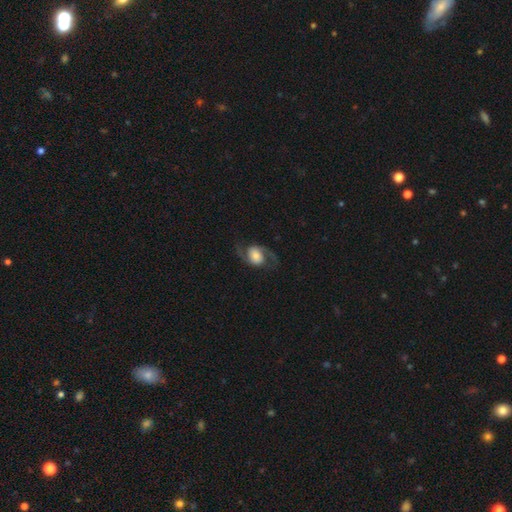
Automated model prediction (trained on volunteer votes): Smooth or featured: featured or disk — 76% (smooth — 17%)
Edge-on disk: no — 97% (yes — 3%)
Bar: no — 58% (weak — 30%)
Spiral arms: yes — 94% (no — 6%)
Spiral winding: loose — 50% (medium — 41%)
Spiral arm count: 2 — 93% (can't tell — 2%)
Bulge size: moderate — 36% (small — 26%)
Merging: none — 74% (minor disturbance — 13%)